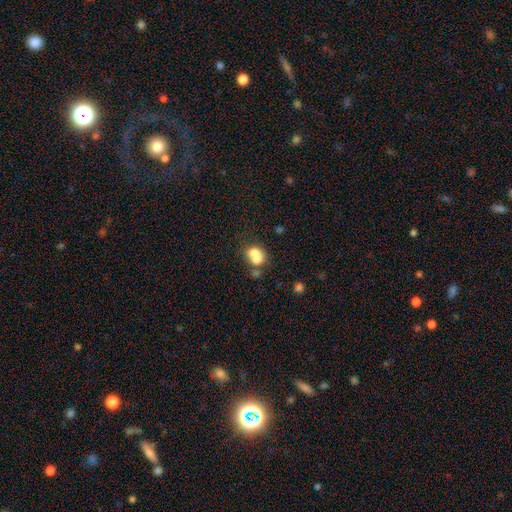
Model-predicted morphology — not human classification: Smooth or featured: smooth — 71% (featured or disk — 18%)
How rounded: in between — 56% (round — 43%)
Merging: merger — 56% (none — 27%)